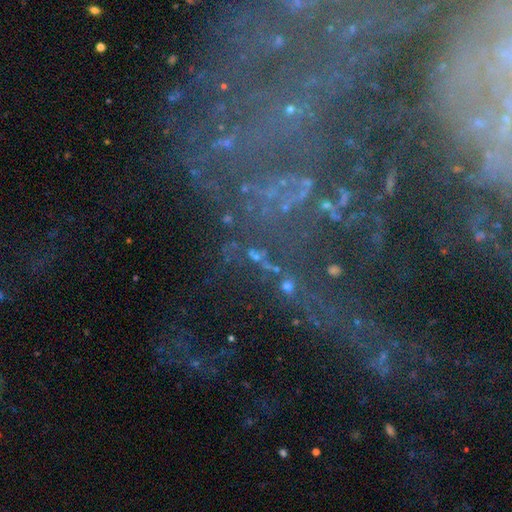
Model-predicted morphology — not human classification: This is possibly a star or artifact rather than a galaxy (56%).